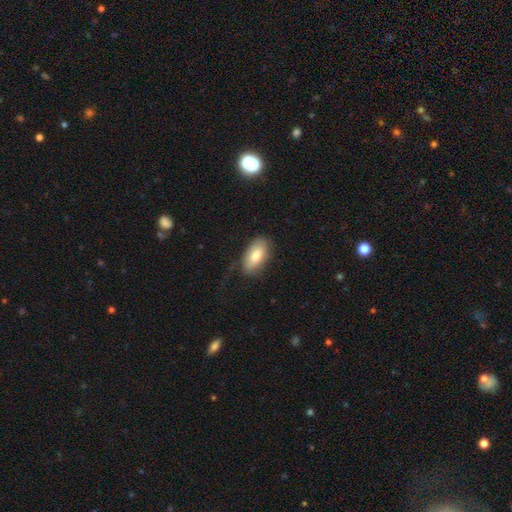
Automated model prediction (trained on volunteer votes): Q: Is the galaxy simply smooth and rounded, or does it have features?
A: smooth — 76%.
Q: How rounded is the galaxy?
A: in between — 92%.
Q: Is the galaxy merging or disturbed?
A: none — 68%.